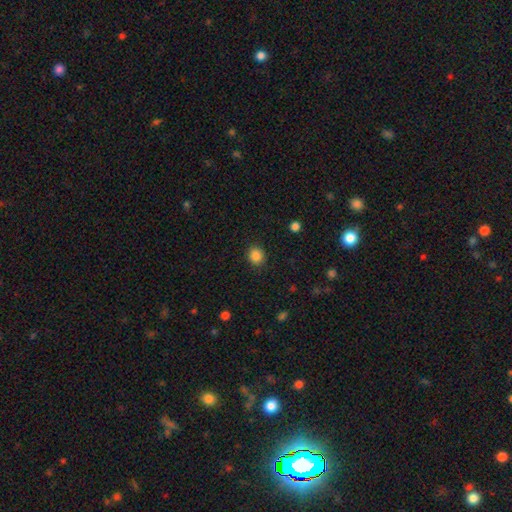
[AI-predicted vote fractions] Smooth or featured?
  - smooth: 87% *
  - star or artifact: 10%
  - featured or disk: 3%
How rounded?
  - round: 74% *
  - in between: 26%
  - cigar-shaped: 1%
Merging?
  - none: 89% *
  - minor disturbance: 8%
  - major disturbance: 3%
  - merger: 1%